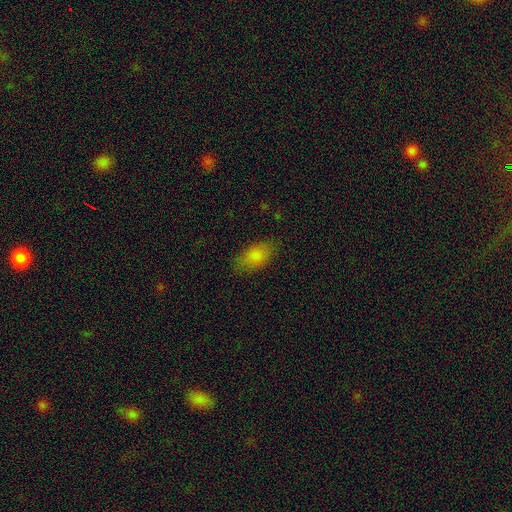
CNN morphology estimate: Smooth or featured? smooth (82%)
How rounded? in between (90%)
Merging? none (81%)